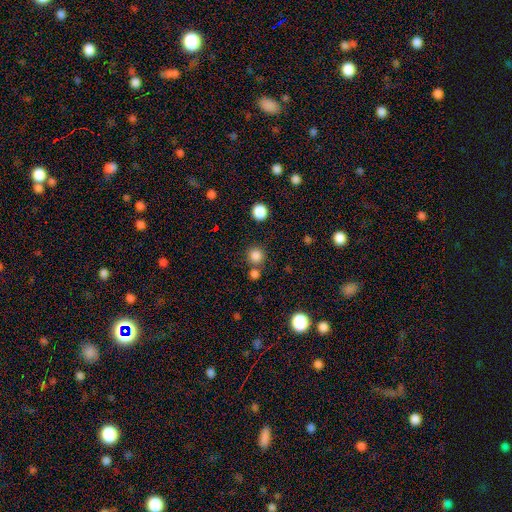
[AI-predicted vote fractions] This is clearly a smooth galaxy (82%). How rounded: clearly round (92%). Merging: likely none (73%).